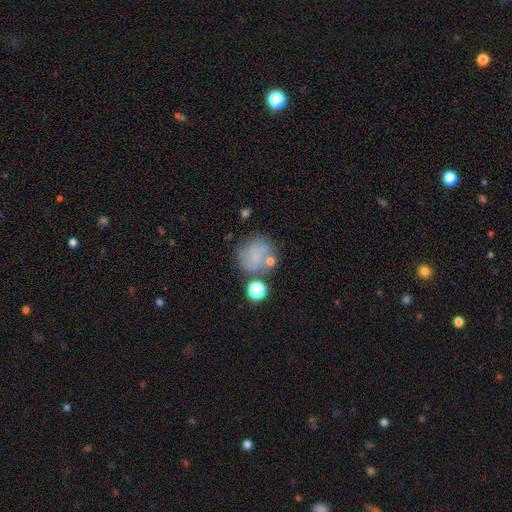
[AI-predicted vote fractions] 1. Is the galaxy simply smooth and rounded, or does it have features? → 64% smooth, 22% featured or disk, 14% star or artifact.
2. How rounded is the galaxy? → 86% round, 13% in between, 1% cigar-shaped.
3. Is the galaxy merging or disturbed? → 59% none, 18% minor disturbance, 14% merger, 9% major disturbance.